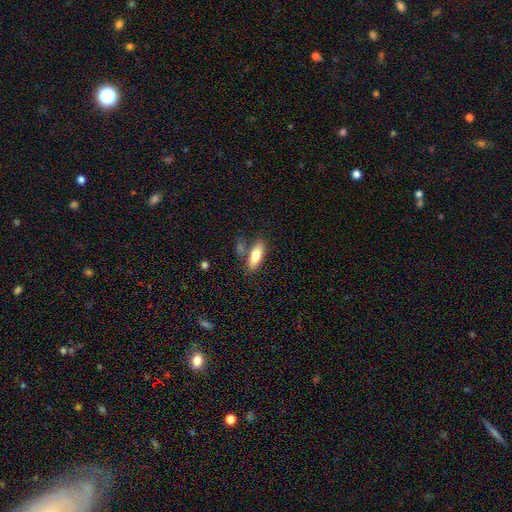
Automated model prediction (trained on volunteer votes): The model was most divided on "how rounded": in between: 72%, cigar-shaped: 25%, round: 3%. More confident: smooth or featured — smooth (75%); merging — none (70%).